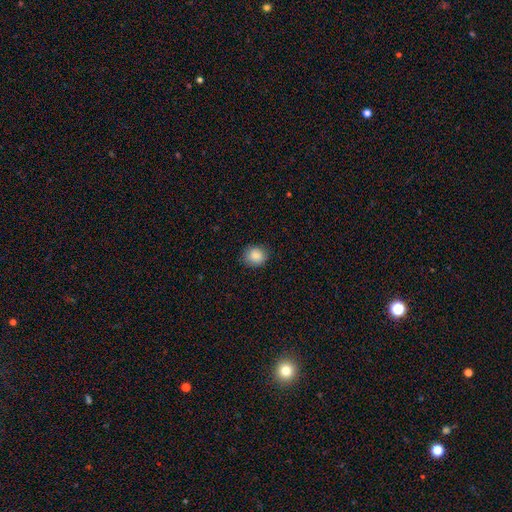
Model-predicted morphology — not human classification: Smooth or featured?
  - smooth: 86% *
  - star or artifact: 9%
  - featured or disk: 5%
How rounded?
  - round: 76% *
  - in between: 23%
  - cigar-shaped: 1%
Merging?
  - none: 85% *
  - minor disturbance: 12%
  - major disturbance: 3%
  - merger: 1%